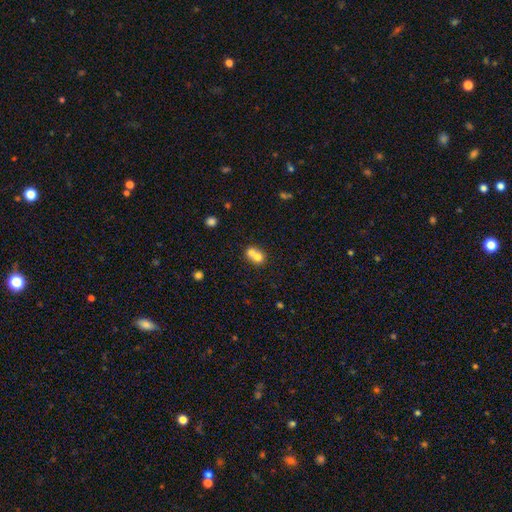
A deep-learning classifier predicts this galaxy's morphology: This is likely a smooth galaxy (69%). How rounded: likely round (66%). Merging: likely merger (68%).